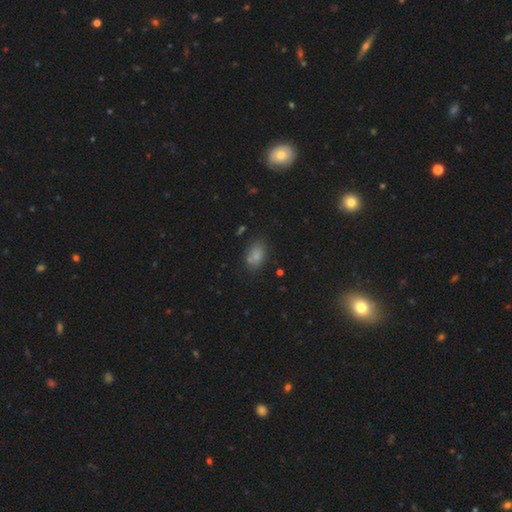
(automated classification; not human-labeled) smooth-or-featured: smooth: 78% | star or artifact: 13% | featured or disk: 9%
  how-rounded: in between: 80% | round: 18% | cigar-shaped: 2%
  merging: none: 69% | minor disturbance: 17% | merger: 9% | major disturbance: 5%